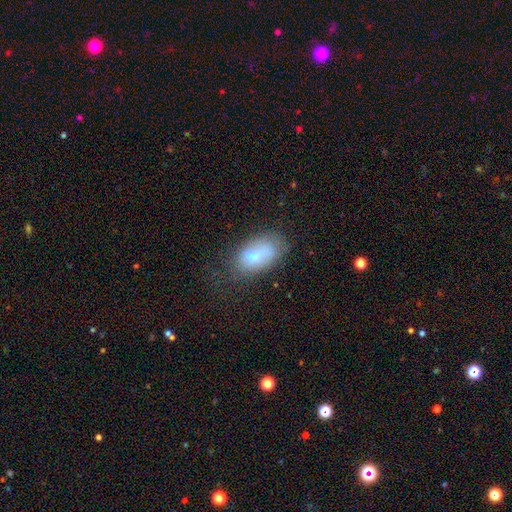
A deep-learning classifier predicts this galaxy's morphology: Overall: smooth (65%; featured or disk 25%). How rounded: in between (90%). Merging: none (42%; minor disturbance 24%).